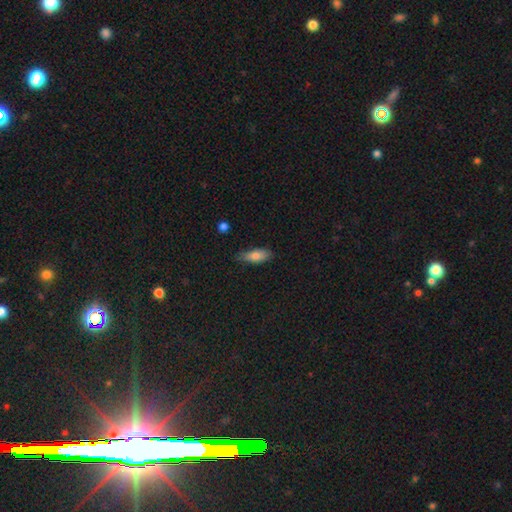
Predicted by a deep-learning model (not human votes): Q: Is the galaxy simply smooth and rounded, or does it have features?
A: smooth — 76%.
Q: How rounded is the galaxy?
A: in between — 71%.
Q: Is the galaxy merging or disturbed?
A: none — 73%.